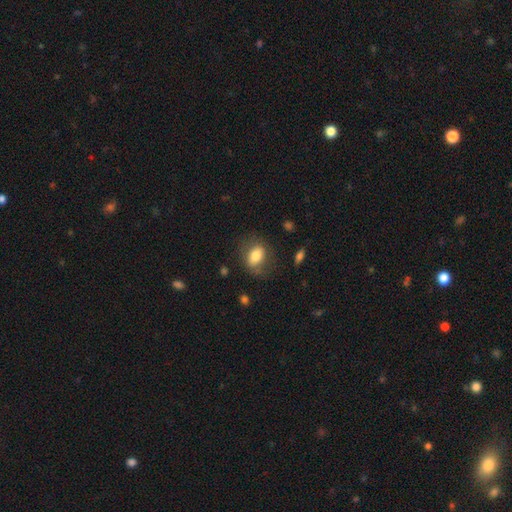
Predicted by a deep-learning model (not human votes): Overall: smooth (75%). How rounded: in between (74%). Merging: none (69%).